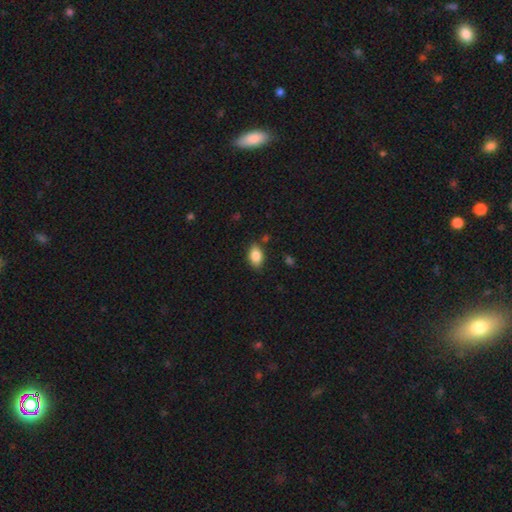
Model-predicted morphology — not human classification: This is clearly a smooth galaxy (84%). How rounded: clearly in between (87%). Merging: clearly none (80%).